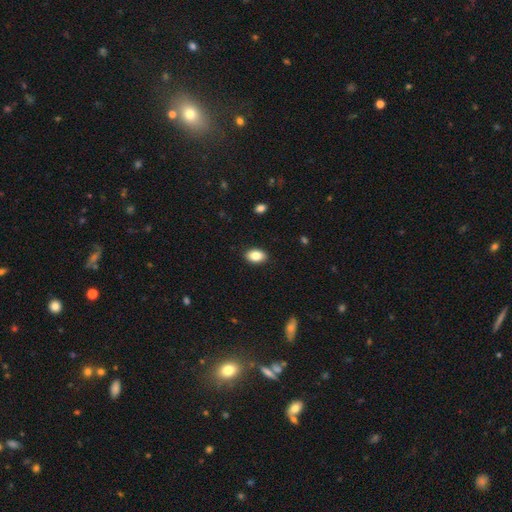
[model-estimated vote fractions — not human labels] A smooth galaxy with no disk features (85%) that is in between round and cigar-shaped (88%). Merging: none (90%).